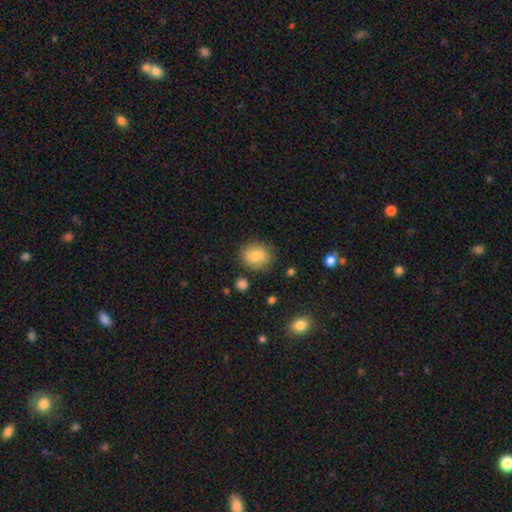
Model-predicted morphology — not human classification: A smooth galaxy with no disk features (79%) that is round (69%). Merging: none (81%).